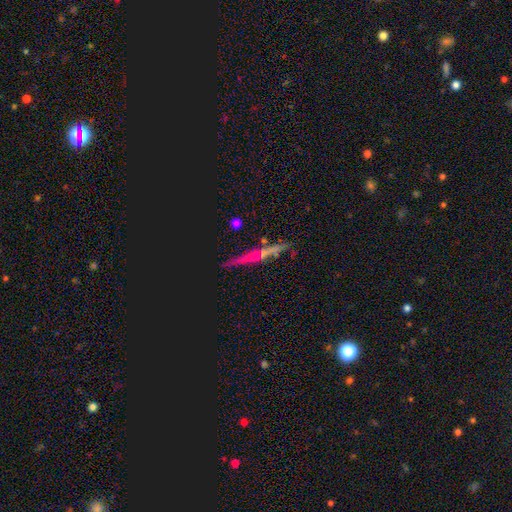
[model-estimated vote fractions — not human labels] smooth_or_featured: featured or disk (p=0.41) [alt: smooth p=0.37]
merging: none (p=0.86) [alt: minor disturbance p=0.09]